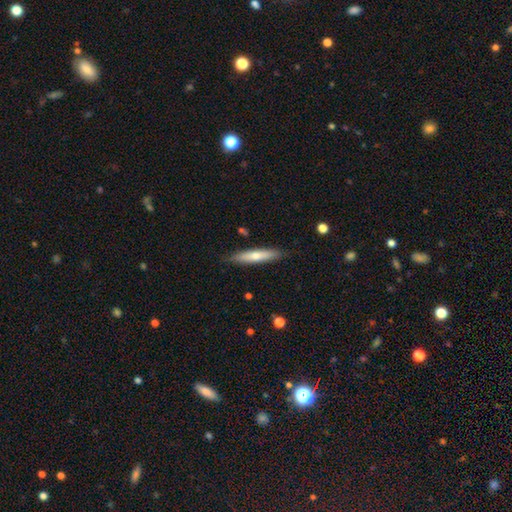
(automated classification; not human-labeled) Overall: smooth (60%; featured or disk 35%). How rounded: cigar-shaped (86%). Merging: none (86%).